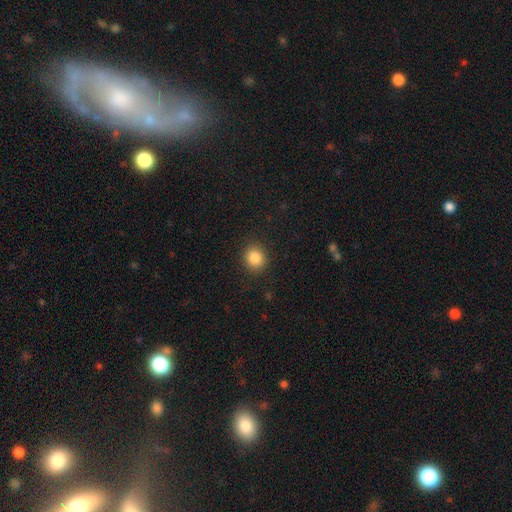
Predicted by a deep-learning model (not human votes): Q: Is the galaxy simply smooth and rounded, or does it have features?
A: smooth — 85%.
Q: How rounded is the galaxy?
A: round — 80%.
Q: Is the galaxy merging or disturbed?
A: none — 91%.